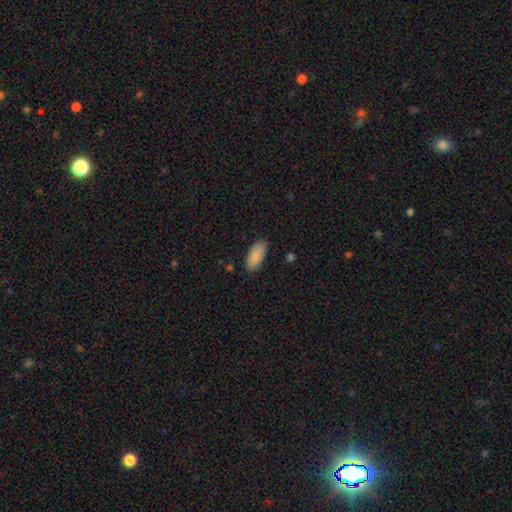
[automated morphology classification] smooth 87%, featured or disk 7%, star or artifact 6%. Down the decision tree: how rounded — in between (90%); merging — none (84%).